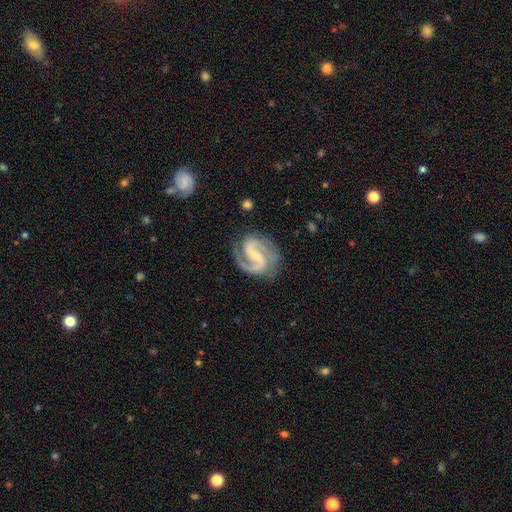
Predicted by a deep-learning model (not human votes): The model was most divided on "bar": weak: 46%, no: 27%, strong: 27%. More confident: spiral arms — yes (98%); edge-on disk — no (98%); smooth or featured — featured or disk (92%); spiral arm count — 2 (92%); merging — none (78%); spiral winding — medium (61%); bulge size — small (59%).